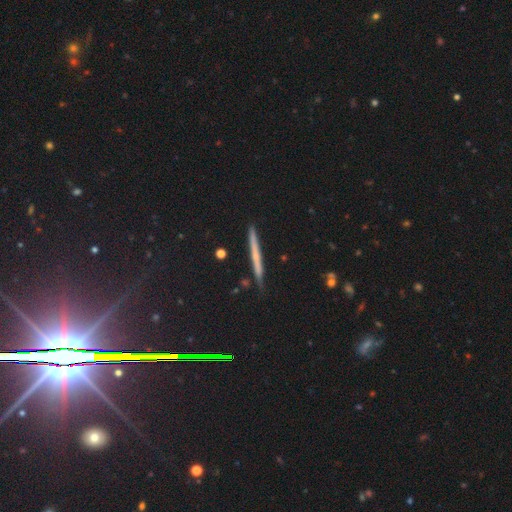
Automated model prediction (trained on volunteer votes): A featured or disk galaxy (43%, tied with smooth).

Vote fractions:
- Smooth or featured? featured or disk: 43% (tied) / smooth: 43% (tied) / star or artifact: 14%
- Merging? none: 87% / minor disturbance: 9% / merger: 2% / major disturbance: 2%